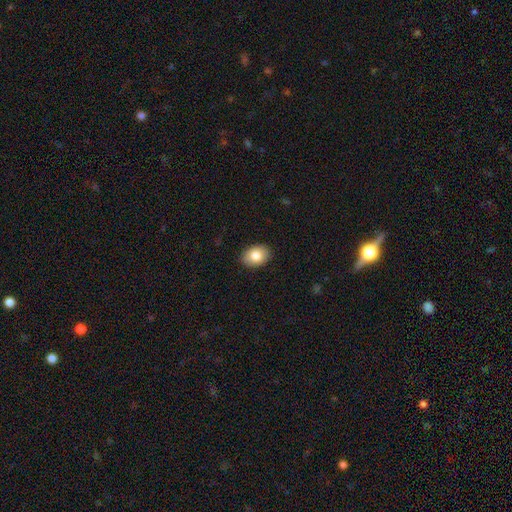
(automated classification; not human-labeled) Overall: smooth (83%). How rounded: in between (77%). Merging: none (90%).